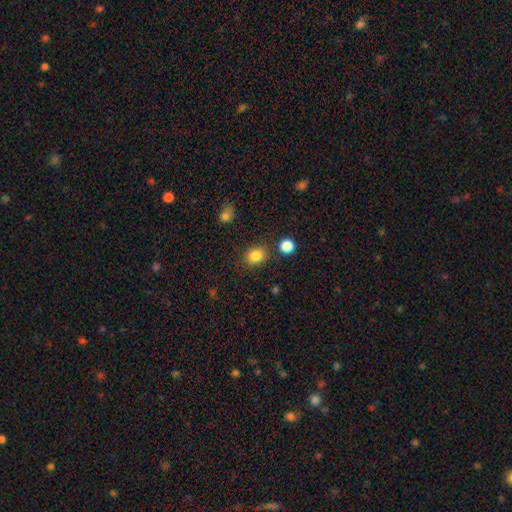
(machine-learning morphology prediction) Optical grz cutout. It shows a smooth galaxy with no disk features (83%) that is round (61%). Merging: none (81%).